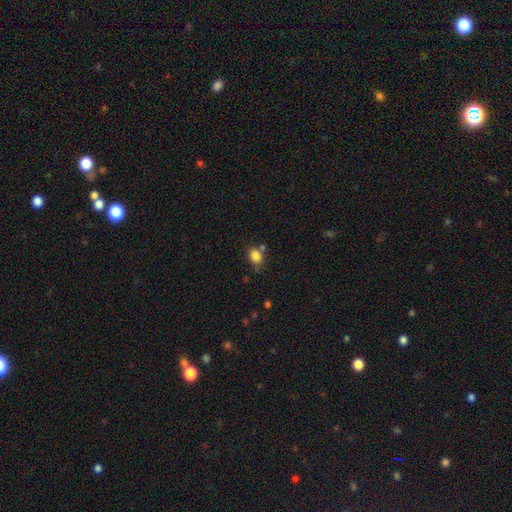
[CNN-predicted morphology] A smooth galaxy with no disk features (83%) that is in between round and cigar-shaped (51%). Merging: none (61%).